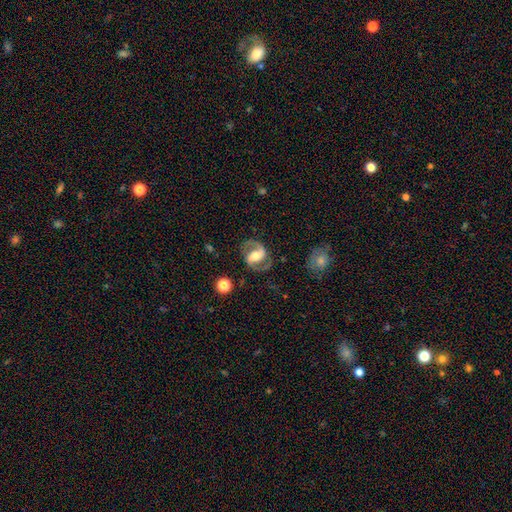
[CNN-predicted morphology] Overall: featured or disk (87%). Edge-on disk: no (97%). Bar: strong (42%; weak 37%). Spiral arms: yes (96%). Spiral arm count: 2 (93%). Spiral winding: medium (58%; loose 25%). Bulge size: moderate (61%). Merging: none (79%).